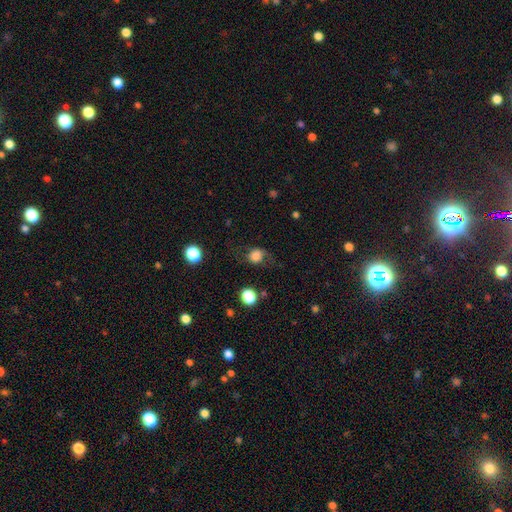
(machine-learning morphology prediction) Smooth or featured? smooth (70%)
How rounded? round (75%)
Merging? none (54%)